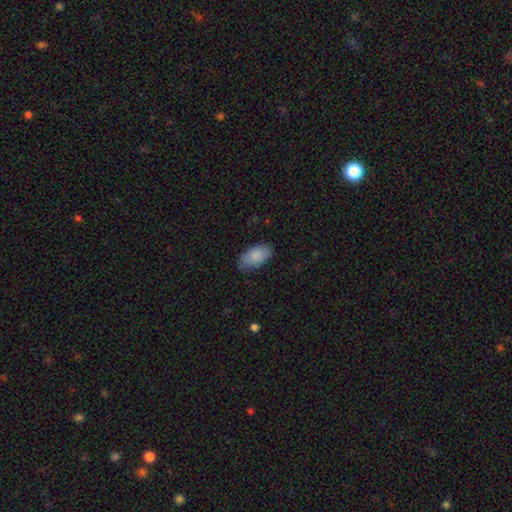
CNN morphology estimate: type=smooth (87%); roundness=in between (94%); merging=none (79%).